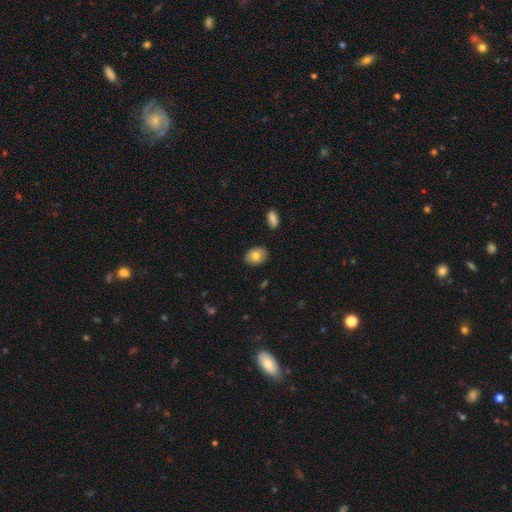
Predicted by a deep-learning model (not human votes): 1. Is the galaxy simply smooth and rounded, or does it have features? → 76% smooth, 16% featured or disk, 8% star or artifact.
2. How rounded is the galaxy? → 72% in between, 27% round, 1% cigar-shaped.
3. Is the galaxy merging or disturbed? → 85% none, 11% minor disturbance, 2% major disturbance, 2% merger.